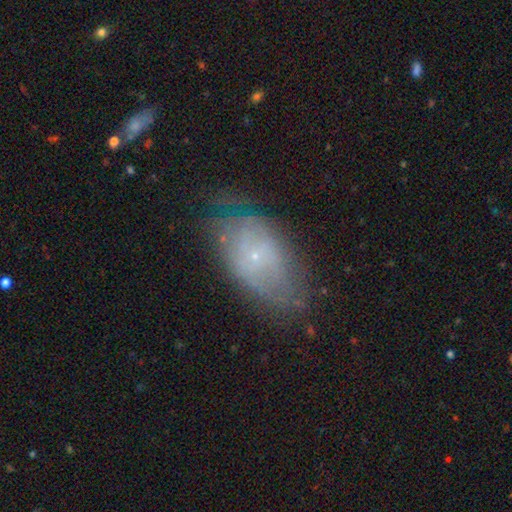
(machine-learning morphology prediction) This is possibly a featured or disk galaxy (53%). It is clearly not viewed edge-on (92%). Merging: possibly none (58%).